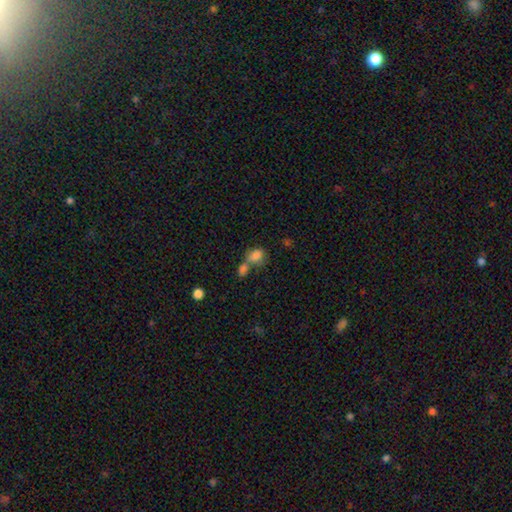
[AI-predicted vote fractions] Smooth or featured? Predicted: smooth (p=0.81). How rounded? Predicted: in between (p=0.65). Merging? Predicted: merger (p=0.50).